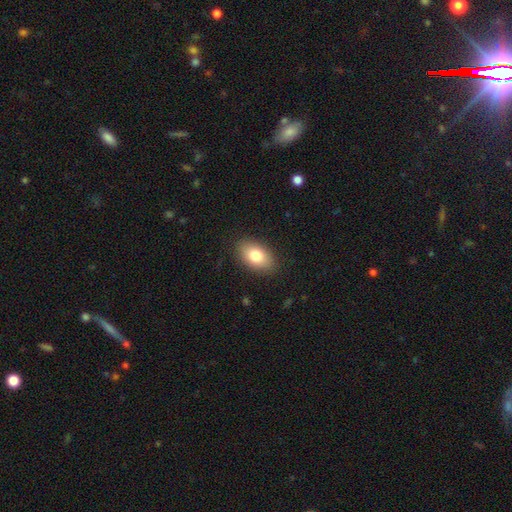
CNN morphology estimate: smooth-or-featured: smooth: 81% | featured or disk: 12% | star or artifact: 8%
  how-rounded: in between: 91% | round: 7% | cigar-shaped: 2%
  merging: none: 87% | minor disturbance: 9% | major disturbance: 2% | merger: 1%